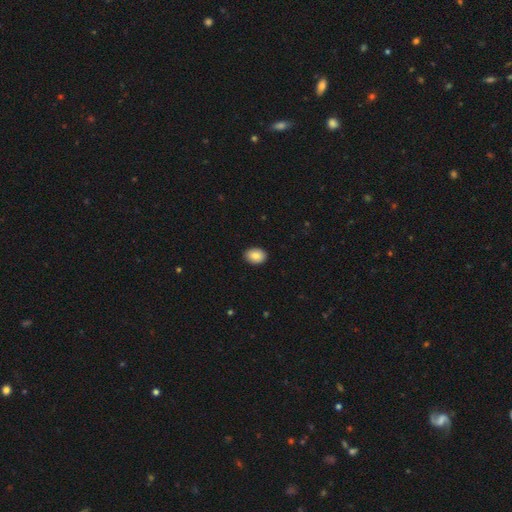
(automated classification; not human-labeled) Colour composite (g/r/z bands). It shows a smooth galaxy with no disk features (85%) that is in between round and cigar-shaped (72%). Merging: none (91%).